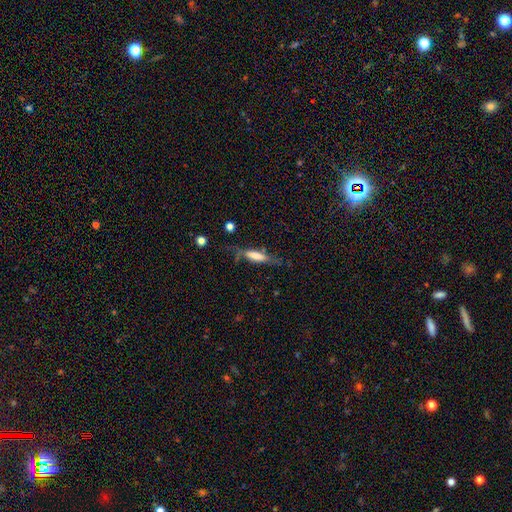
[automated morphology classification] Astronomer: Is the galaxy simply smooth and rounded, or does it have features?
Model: smooth — 49% (runner-up: featured or disk, 43%).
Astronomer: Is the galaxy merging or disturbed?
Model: none — 54%.